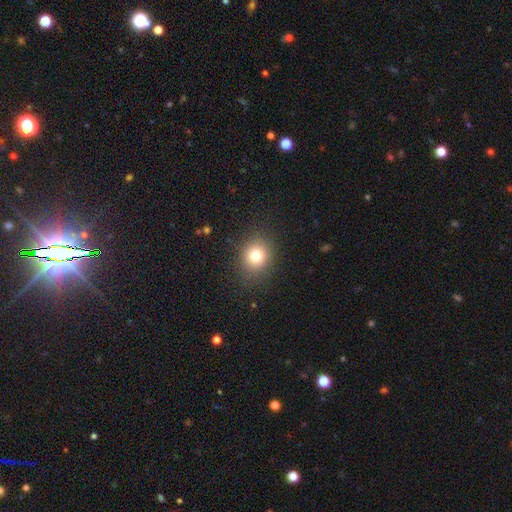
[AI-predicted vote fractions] Smooth or featured? smooth (78%)
How rounded? round (76%)
Merging? none (86%)